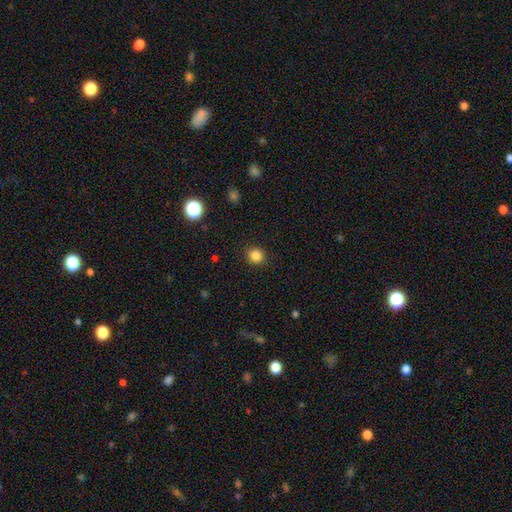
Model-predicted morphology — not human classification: smooth_or_featured: smooth (p=0.85) [alt: star or artifact p=0.11]
how_rounded: round (p=0.85) [alt: in between p=0.14]
merging: none (p=0.89) [alt: minor disturbance p=0.07]